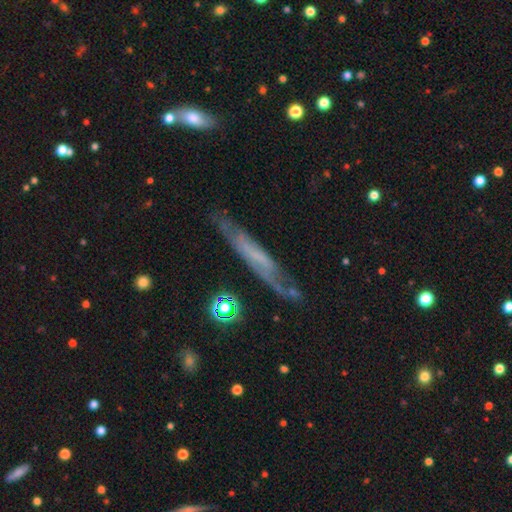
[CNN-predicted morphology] This is likely a featured or disk galaxy (64%). It is likely viewed edge-on (62%). Merging: likely none (65%).